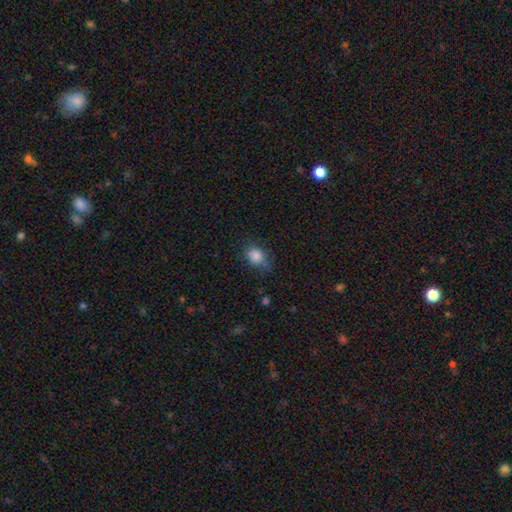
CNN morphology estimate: type=smooth (82%); roundness=round (50%); merging=none (59%).